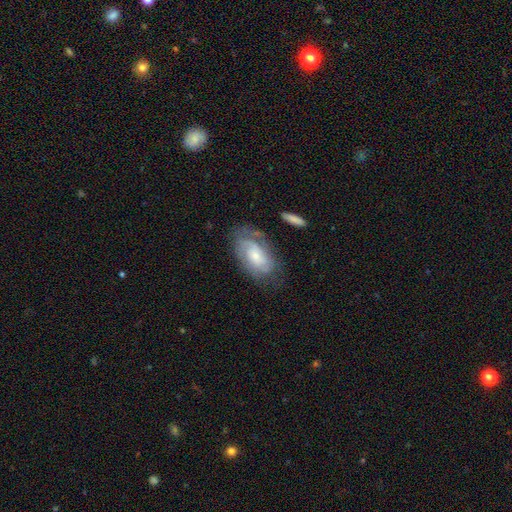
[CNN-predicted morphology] Q: Smooth or featured?
A: featured or disk (66%); runner-up: smooth (27%)
Q: Edge-on disk?
A: no (95%); runner-up: yes (5%)
Q: Bar?
A: no (65%); runner-up: weak (30%)
Q: Spiral arms?
A: yes (87%); runner-up: no (13%)
Q: Spiral winding?
A: tight (54%); runner-up: medium (34%)
Q: Spiral arm count?
A: 2 (39%); runner-up: can't tell (38%)
Q: Bulge size?
A: small (55%); runner-up: moderate (33%)
Q: Merging?
A: none (62%); runner-up: minor disturbance (23%)